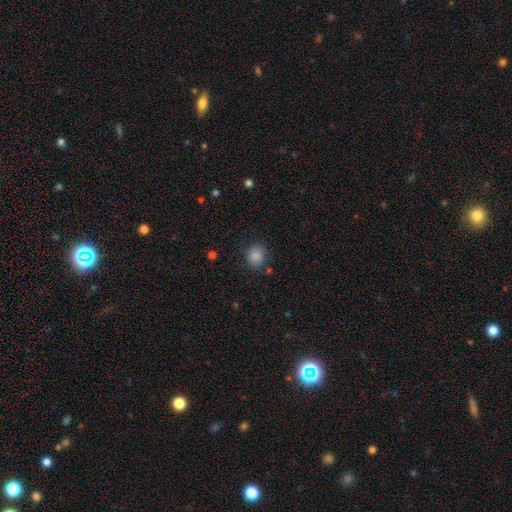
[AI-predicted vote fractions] The model was most divided on "how rounded": round: 68%, in between: 31%, cigar-shaped: 1%. More confident: smooth or featured — smooth (85%); merging — none (79%).